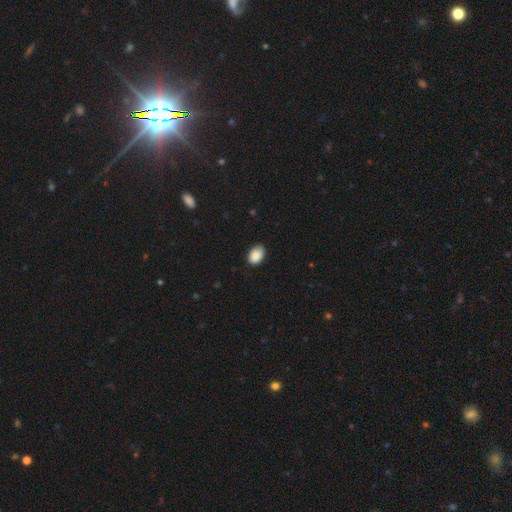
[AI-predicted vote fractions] Q: Smooth or featured?
A: smooth (88%); runner-up: star or artifact (8%)
Q: How rounded?
A: in between (83%); runner-up: round (16%)
Q: Merging?
A: none (75%); runner-up: minor disturbance (21%)